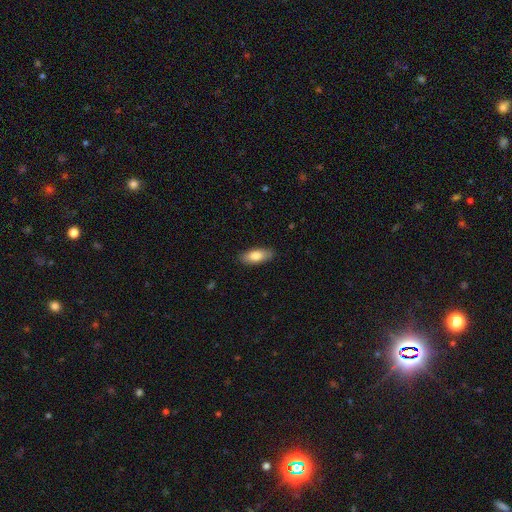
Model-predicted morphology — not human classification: type=smooth (80%); roundness=in between (77%); merging=none (87%).